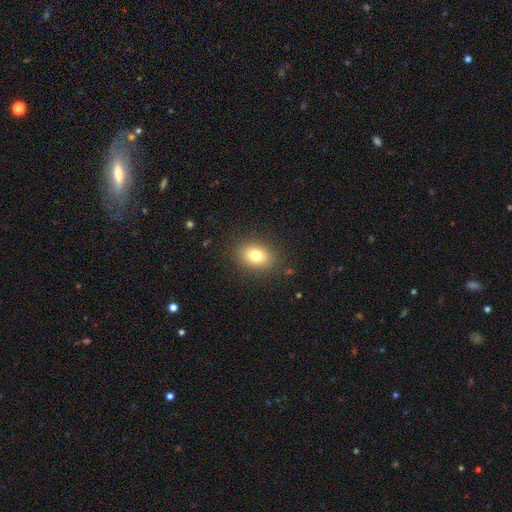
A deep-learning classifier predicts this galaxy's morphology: smooth_or_featured: smooth (p=0.77) [alt: star or artifact p=0.12]
how_rounded: in between (p=0.62) [alt: round p=0.36]
merging: none (p=0.87) [alt: minor disturbance p=0.08]